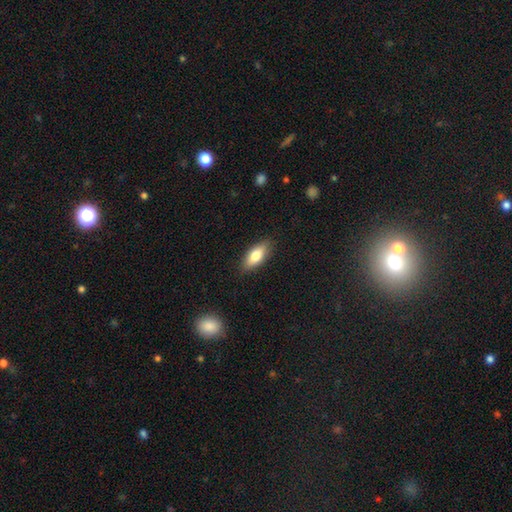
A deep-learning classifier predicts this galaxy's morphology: smooth 75%, featured or disk 18%, star or artifact 7%. Down the decision tree: how rounded — in between (78%); merging — none (87%).